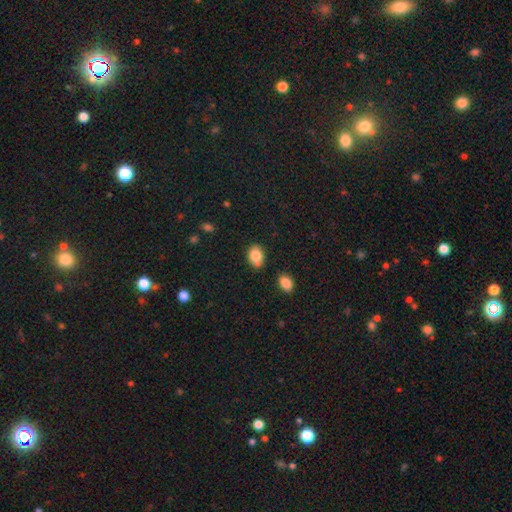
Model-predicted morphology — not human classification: Smooth or featured: smooth — 84% (star or artifact — 8%)
How rounded: in between — 74% (round — 25%)
Merging: none — 76% (minor disturbance — 16%)